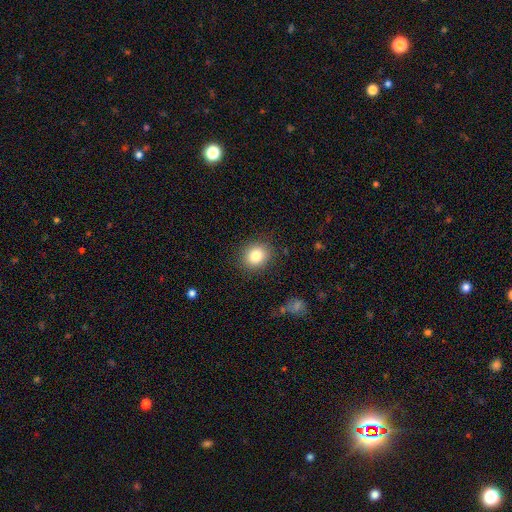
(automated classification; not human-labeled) Morphology: type=smooth (83%); roundness=round (68%); merging=none (86%).